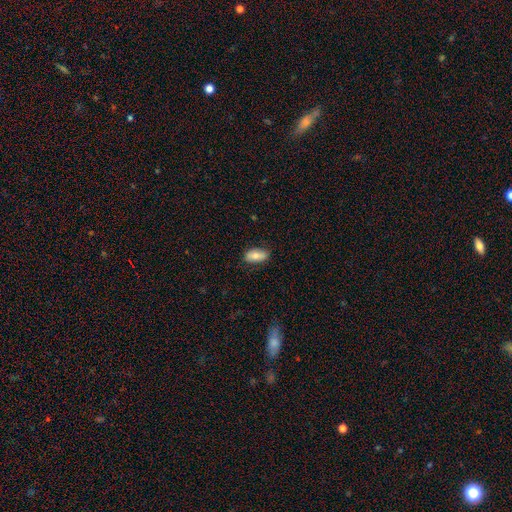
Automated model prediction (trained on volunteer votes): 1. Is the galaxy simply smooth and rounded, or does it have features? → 77% smooth, 17% featured or disk, 7% star or artifact.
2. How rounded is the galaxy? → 90% in between, 6% cigar-shaped, 3% round.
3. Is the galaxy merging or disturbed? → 81% none, 16% minor disturbance, 3% major disturbance, 1% merger.